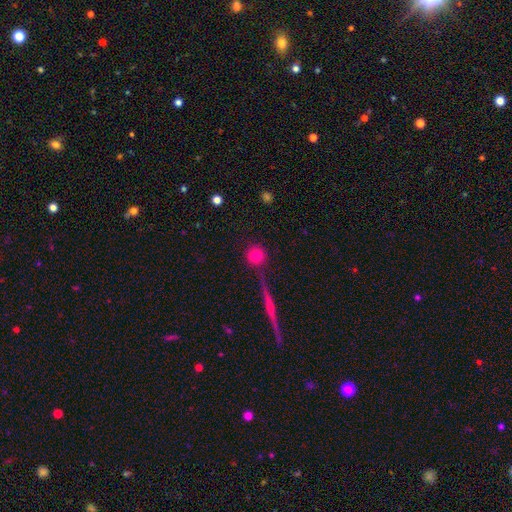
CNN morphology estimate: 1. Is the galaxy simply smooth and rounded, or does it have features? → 80% smooth, 11% star or artifact, 9% featured or disk.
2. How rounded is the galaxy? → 93% round, 5% in between, 2% cigar-shaped.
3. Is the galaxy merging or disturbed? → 78% none, 10% merger, 9% minor disturbance, 3% major disturbance.